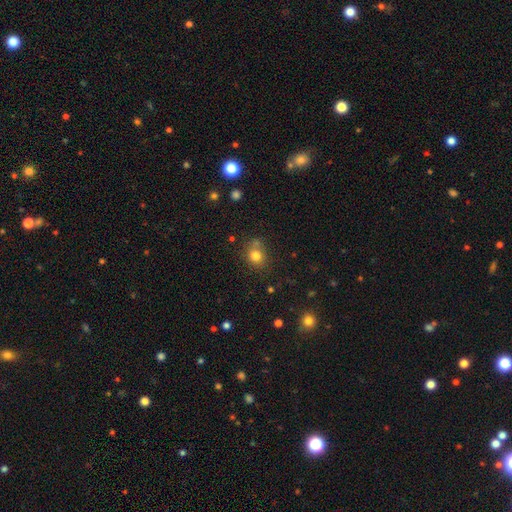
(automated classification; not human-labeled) smooth_or_featured: smooth (p=0.79) [alt: star or artifact p=0.13]
how_rounded: round (p=0.72) [alt: in between p=0.27]
merging: none (p=0.65) [alt: minor disturbance p=0.19]